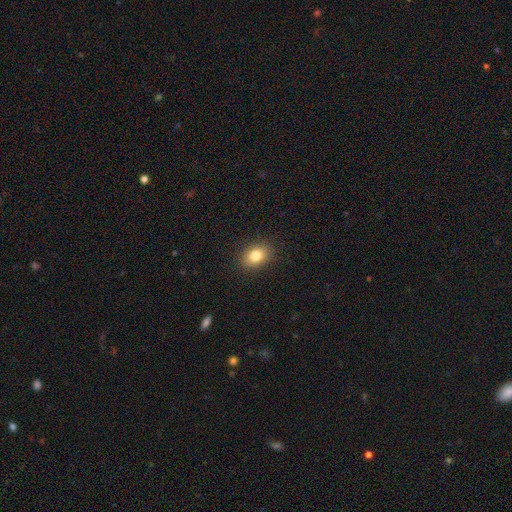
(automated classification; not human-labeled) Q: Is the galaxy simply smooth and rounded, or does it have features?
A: smooth — 81%.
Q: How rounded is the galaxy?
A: in between — 72%.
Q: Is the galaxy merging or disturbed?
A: none — 88%.